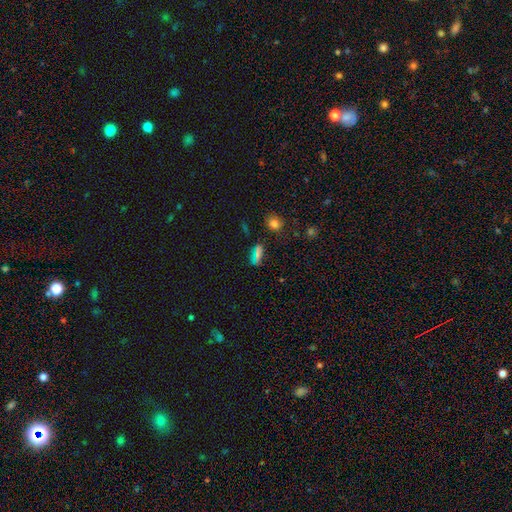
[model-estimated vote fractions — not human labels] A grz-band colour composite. It shows a smooth galaxy with no disk features (54%) that is in between round and cigar-shaped (63%). Merging: none (82%).